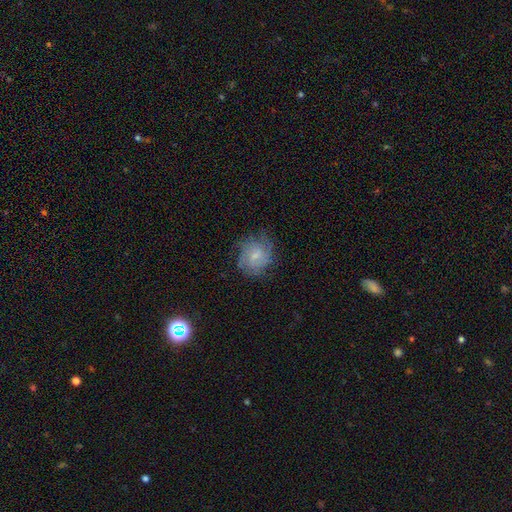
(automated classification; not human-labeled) A featured or disk galaxy (56%) with no bar (51%), spiral arms (83%) and a small central bulge (54%).

Vote fractions:
- Smooth or featured? featured or disk: 56% / smooth: 35% / star or artifact: 8%
- Edge-on disk? no: 98% / yes: 2%
- Bar? no: 51% / weak: 43% / strong: 6%
- Spiral arms? yes: 83% / no: 17%
- Bulge size? small: 54% / moderate: 31% / none: 12% / large: 2% / dominant: 1%
- Merging? none: 66% / minor disturbance: 22% / major disturbance: 11% / merger: 1%